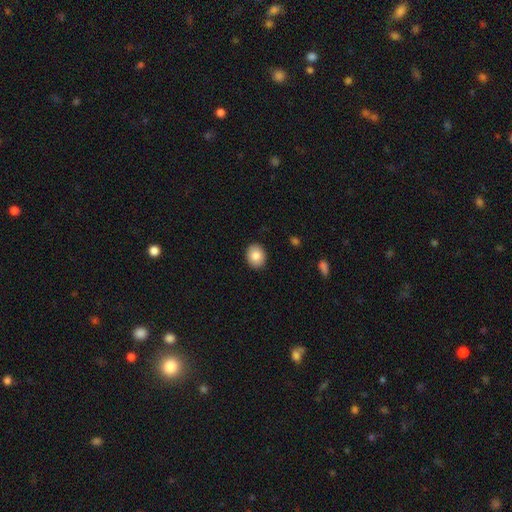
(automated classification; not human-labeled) Smooth or featured?
  - smooth: 85% *
  - featured or disk: 8%
  - star or artifact: 8%
How rounded?
  - round: 54% *
  - in between: 45%
  - cigar-shaped: 1%
Merging?
  - none: 90% *
  - minor disturbance: 7%
  - major disturbance: 2%
  - merger: 1%